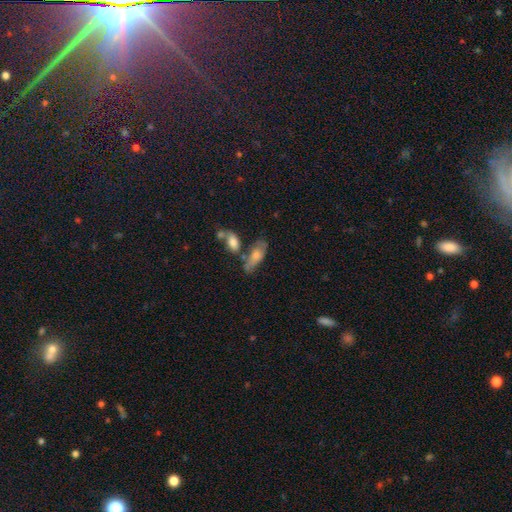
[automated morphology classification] type=smooth (65%); roundness=in between (79%); merging=none (45%).